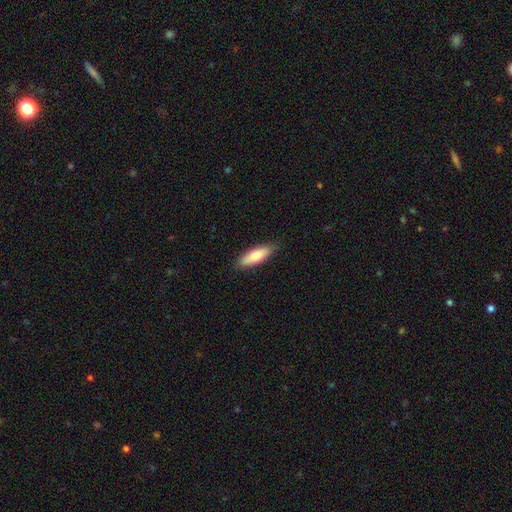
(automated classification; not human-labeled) A smooth galaxy with no disk features (75%) that is in between round and cigar-shaped (54%).

Vote fractions:
- Smooth or featured? smooth: 75% / featured or disk: 20% / star or artifact: 6%
- How rounded? in between: 54% / cigar-shaped: 45% / round: 2%
- Merging? none: 85% / minor disturbance: 12% / major disturbance: 2% / merger: 1%